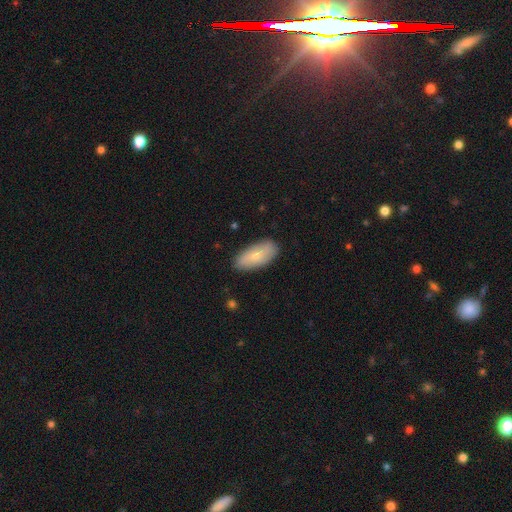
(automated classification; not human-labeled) Morphology: type=smooth (75%); roundness=in between (88%); merging=none (85%).